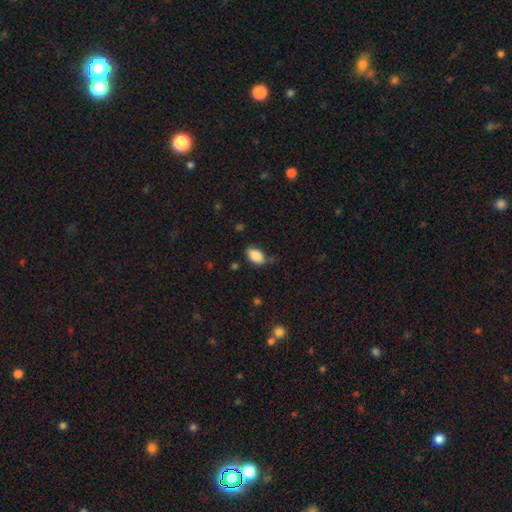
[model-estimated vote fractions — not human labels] Q: Smooth or featured?
A: smooth (86%); runner-up: star or artifact (8%)
Q: How rounded?
A: in between (91%); runner-up: round (6%)
Q: Merging?
A: none (68%); runner-up: minor disturbance (24%)